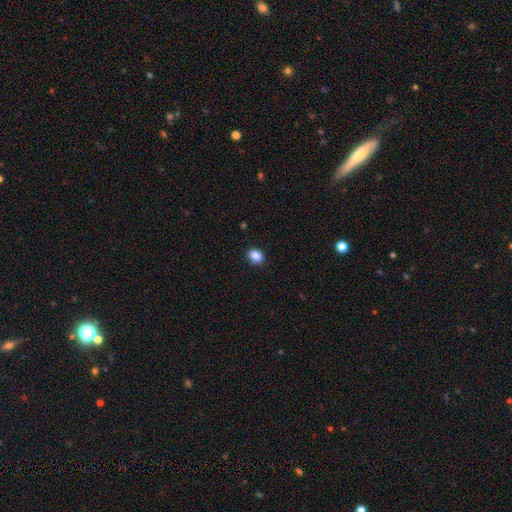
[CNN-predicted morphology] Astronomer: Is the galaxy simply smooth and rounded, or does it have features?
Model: smooth — 87%.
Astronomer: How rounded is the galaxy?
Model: in between — 69%.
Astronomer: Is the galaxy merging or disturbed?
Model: none — 85%.